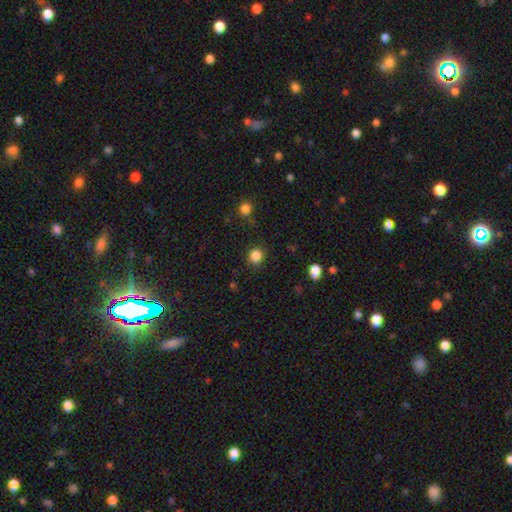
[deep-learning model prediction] A smooth galaxy with no disk features (85%) that is round (84%).

Vote fractions:
- Smooth or featured? smooth: 85% / star or artifact: 12% / featured or disk: 3%
- How rounded? round: 84% / in between: 15% / cigar-shaped: 1%
- Merging? none: 85% / minor disturbance: 9% / major disturbance: 3% / merger: 2%